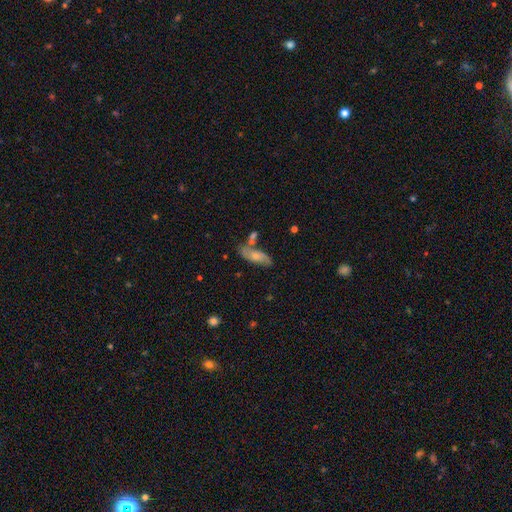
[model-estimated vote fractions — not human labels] Morphology: type=smooth (53%); roundness=in between (68%); merging=none (54%).